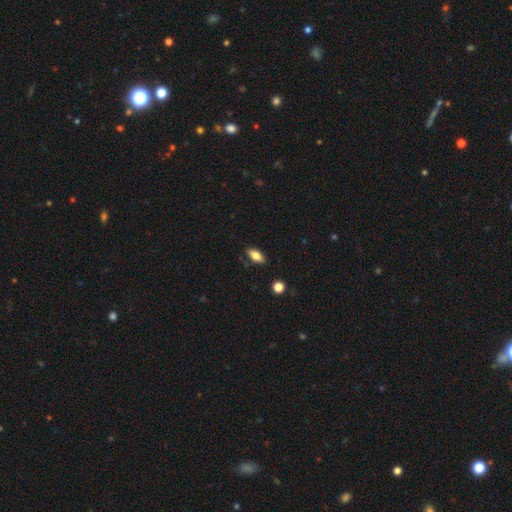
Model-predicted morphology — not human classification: Smooth or featured: smooth — 75% (featured or disk — 17%)
How rounded: in between — 85% (cigar-shaped — 12%)
Merging: none — 83% (minor disturbance — 12%)